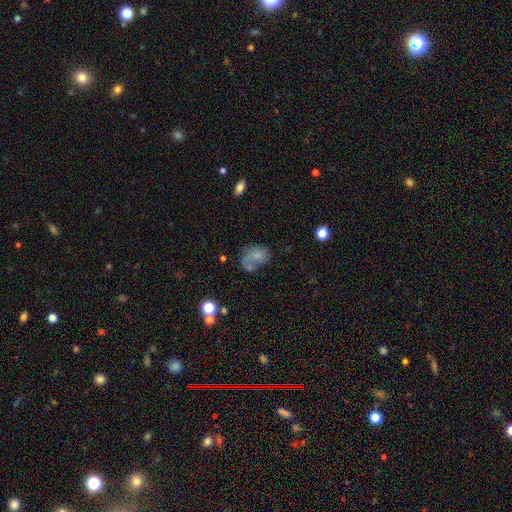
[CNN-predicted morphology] This is possibly a smooth galaxy (58%). How rounded: likely in between (70%). Merging: marginally none (34%).